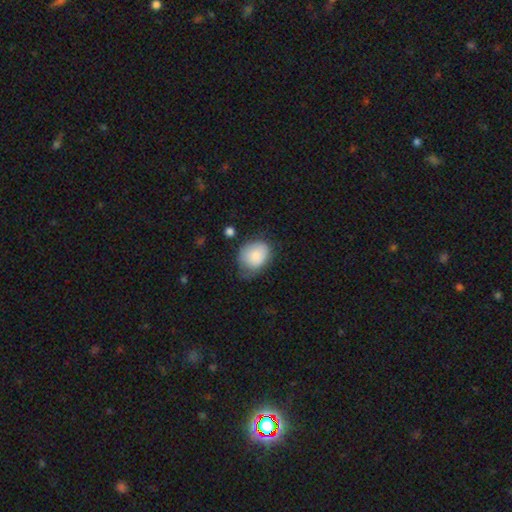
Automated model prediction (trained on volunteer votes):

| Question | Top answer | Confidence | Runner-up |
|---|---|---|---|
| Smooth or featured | smooth | 81% | featured or disk (12%) |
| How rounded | in between | 51% | round (48%) |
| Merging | none | 44% | minor disturbance (38%) |